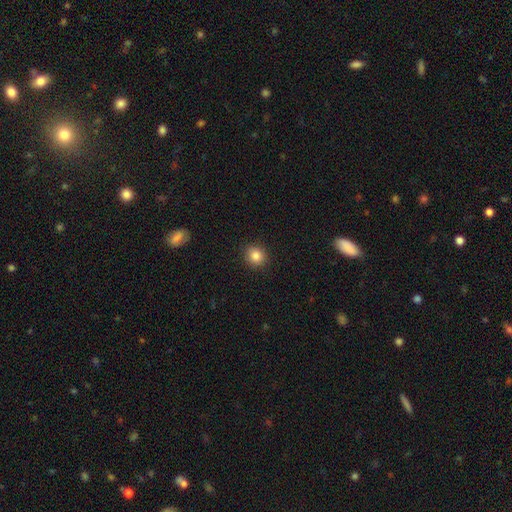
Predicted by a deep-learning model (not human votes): Smooth or featured? Predicted: smooth (p=0.85). How rounded? Predicted: round (p=0.86). Merging? Predicted: none (p=0.91).